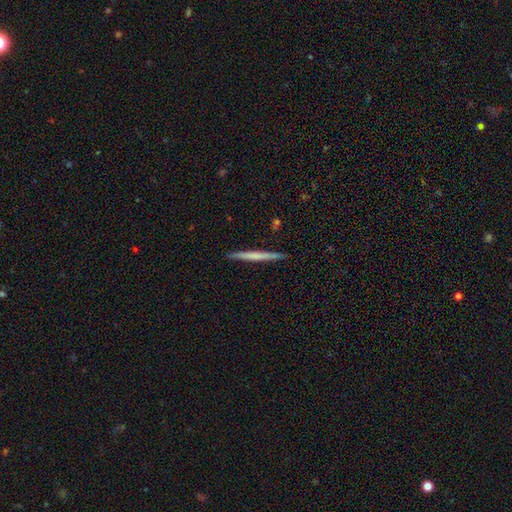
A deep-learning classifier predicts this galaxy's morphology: Q: Smooth or featured?
A: smooth (52%); runner-up: featured or disk (43%)
Q: How rounded?
A: cigar-shaped (97%); runner-up: in between (2%)
Q: Merging?
A: none (90%); runner-up: minor disturbance (7%)